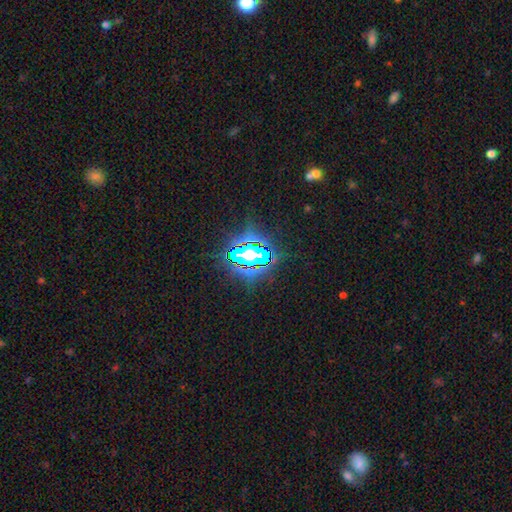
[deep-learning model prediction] smooth_or_featured: star or artifact (p=0.72) [alt: smooth p=0.16]